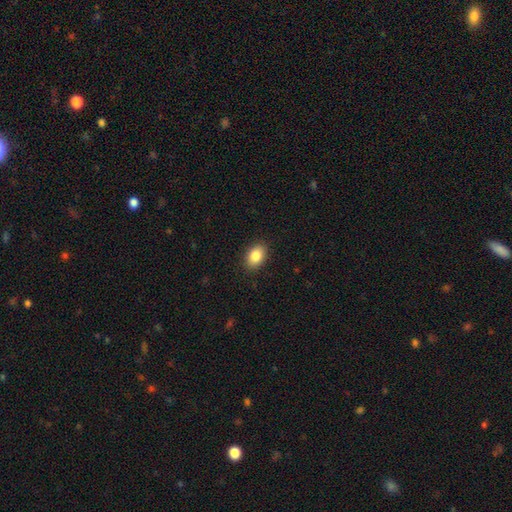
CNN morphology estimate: smooth_or_featured: smooth (p=0.85) [alt: star or artifact p=0.08]
how_rounded: in between (p=0.84) [alt: round p=0.15]
merging: none (p=0.89) [alt: minor disturbance p=0.08]